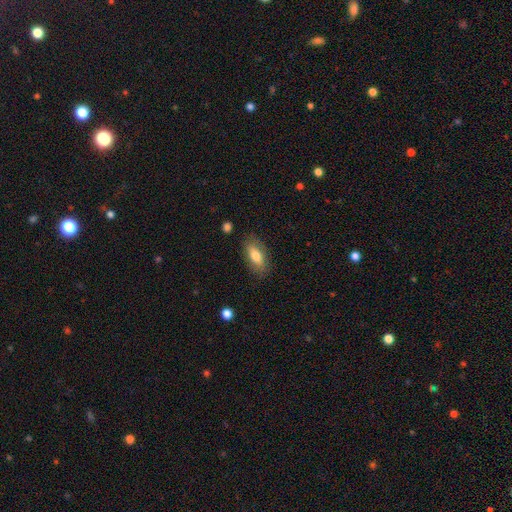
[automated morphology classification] smooth-or-featured: smooth: 73% | featured or disk: 20% | star or artifact: 7%
  how-rounded: in between: 78% | cigar-shaped: 18% | round: 3%
  merging: none: 82% | minor disturbance: 13% | major disturbance: 3% | merger: 2%